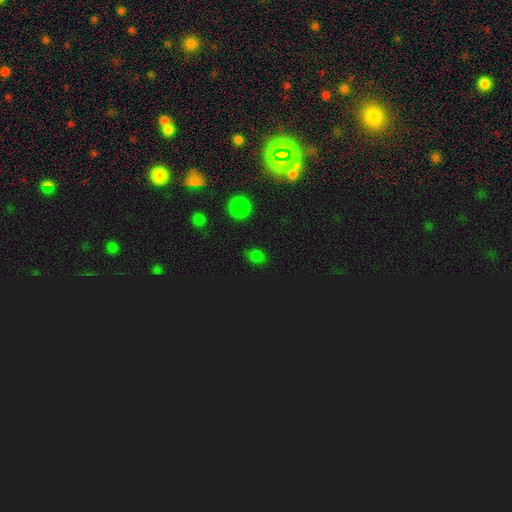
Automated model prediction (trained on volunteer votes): Smooth or featured? smooth (65%)
How rounded? in between (53%)
Merging? none (83%)